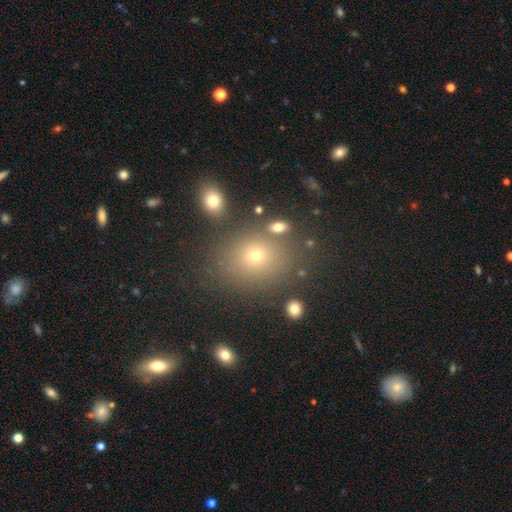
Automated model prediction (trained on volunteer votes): smooth 66%, star or artifact 22%, featured or disk 12%. Down the decision tree: how rounded — round (65%); merging — none (78%).